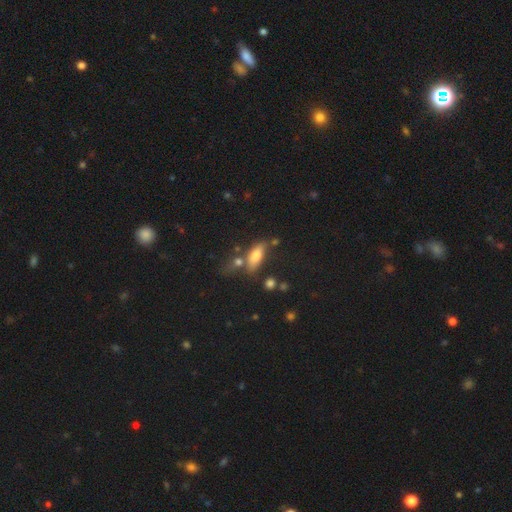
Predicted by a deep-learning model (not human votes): Overall: smooth (73%). How rounded: in between (74%). Merging: none (53%; merger 19%).